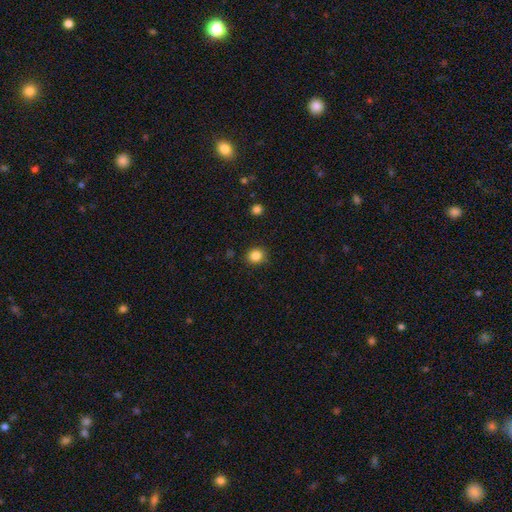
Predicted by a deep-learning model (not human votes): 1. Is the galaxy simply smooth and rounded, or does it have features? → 84% smooth, 11% star or artifact, 4% featured or disk.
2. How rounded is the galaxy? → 81% round, 18% in between, 1% cigar-shaped.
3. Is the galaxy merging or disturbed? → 87% none, 9% minor disturbance, 2% major disturbance, 1% merger.